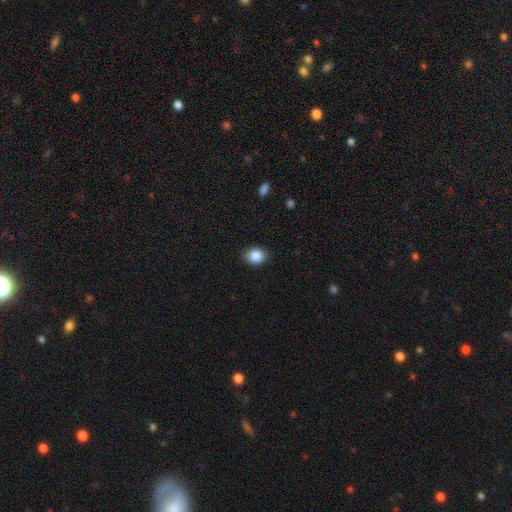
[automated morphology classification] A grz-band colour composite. It shows a smooth galaxy with no disk features (87%) that is round (58%). Merging: none (84%).